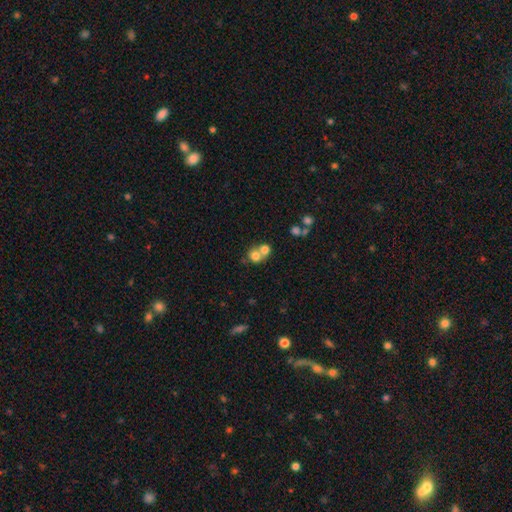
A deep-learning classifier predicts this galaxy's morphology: smooth-or-featured: smooth: 72% | featured or disk: 17% | star or artifact: 11%
  how-rounded: round: 78% | in between: 21% | cigar-shaped: 1%
  merging: merger: 62% | none: 30% | minor disturbance: 5% | major disturbance: 3%